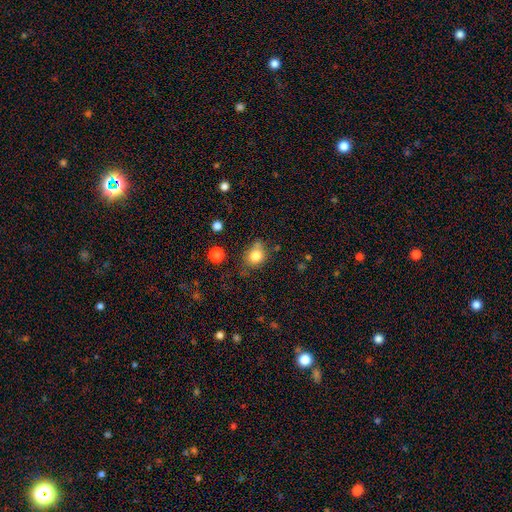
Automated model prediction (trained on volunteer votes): Smooth or featured?
  - smooth: 80% *
  - star or artifact: 11%
  - featured or disk: 9%
How rounded?
  - round: 63% *
  - in between: 36%
  - cigar-shaped: 1%
Merging?
  - none: 59% *
  - minor disturbance: 24%
  - merger: 10%
  - major disturbance: 7%